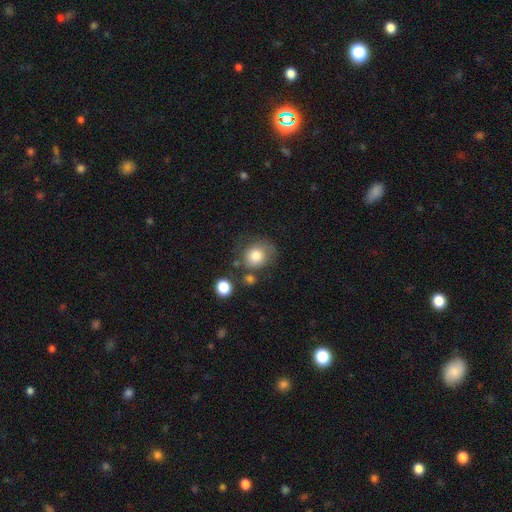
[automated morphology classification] Overall: smooth (79%). How rounded: round (76%). Merging: none (54%; minor disturbance 23%).